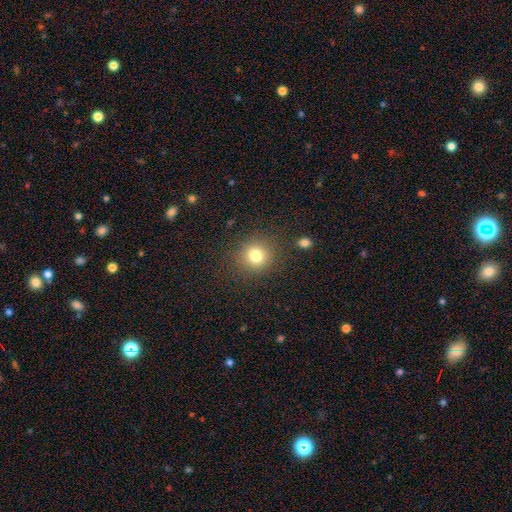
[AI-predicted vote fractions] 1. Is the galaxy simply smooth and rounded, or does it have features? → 79% smooth, 13% star or artifact, 8% featured or disk.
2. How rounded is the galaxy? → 91% round, 8% in between, 1% cigar-shaped.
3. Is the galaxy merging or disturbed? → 87% none, 8% minor disturbance, 3% major disturbance, 2% merger.